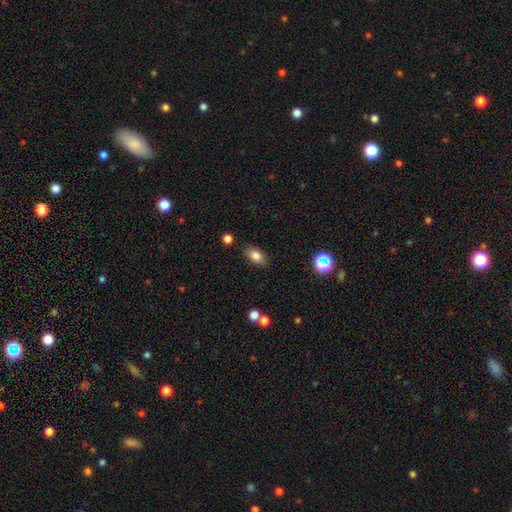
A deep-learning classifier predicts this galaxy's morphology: A smooth galaxy with no disk features (82%) that is in between round and cigar-shaped (88%). Merging: none (84%).